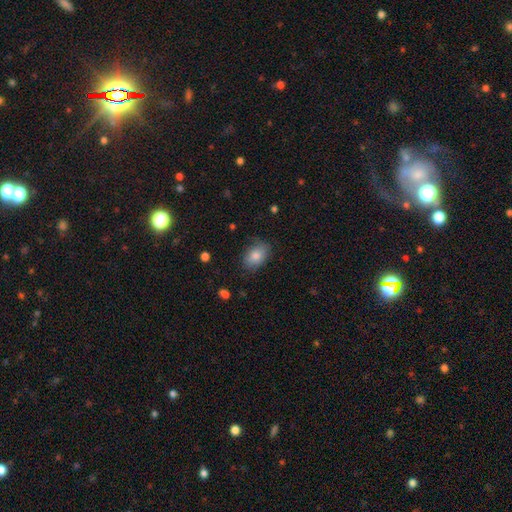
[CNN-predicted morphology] Smooth or featured? Predicted: smooth (p=0.83). How rounded? Predicted: in between (p=0.85). Merging? Predicted: none (p=0.77).